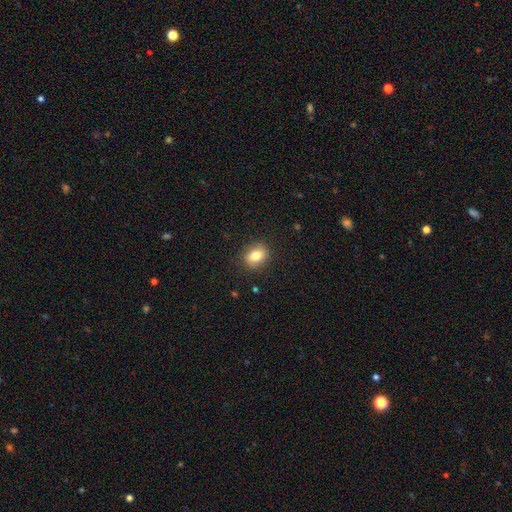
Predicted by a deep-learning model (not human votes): Overall: smooth (78%). How rounded: in between (51%; round 47%). Merging: none (88%).